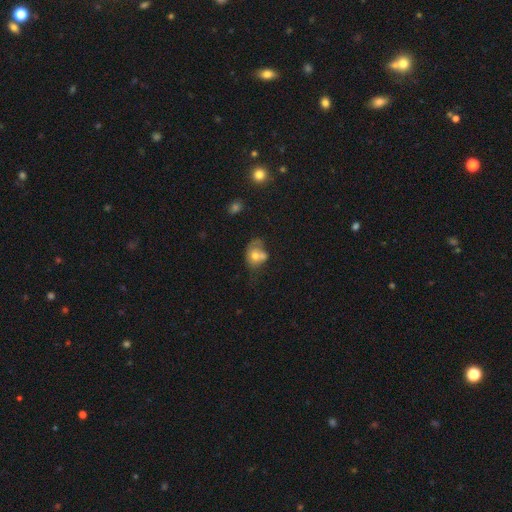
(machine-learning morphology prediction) type=smooth (60%); roundness=in between (55%); merging=merger (35%).